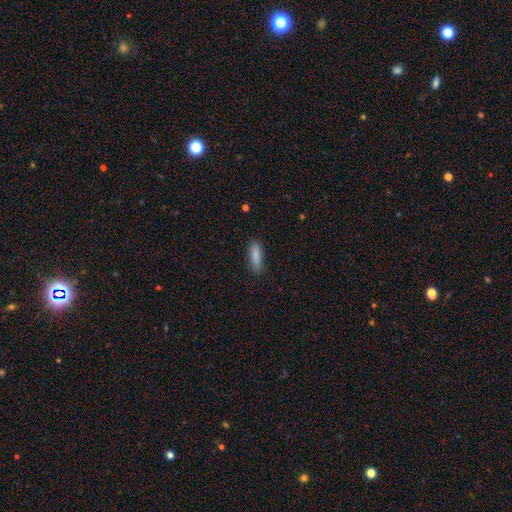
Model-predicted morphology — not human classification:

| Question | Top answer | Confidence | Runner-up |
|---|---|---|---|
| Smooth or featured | smooth | 87% | featured or disk (7%) |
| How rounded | cigar-shaped | 51% | in between (47%) |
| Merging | none | 85% | minor disturbance (12%) |